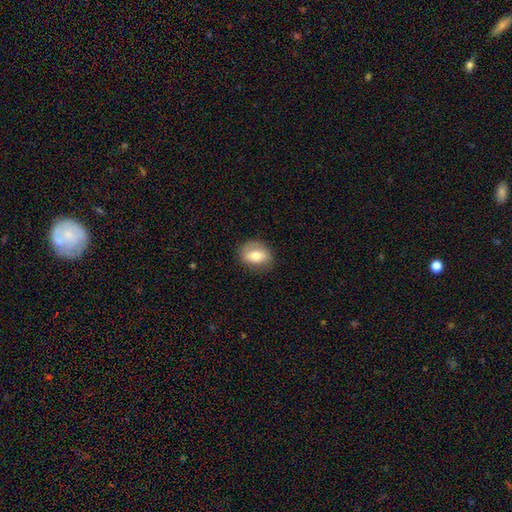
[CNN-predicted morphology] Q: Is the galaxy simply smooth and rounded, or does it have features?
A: smooth — 67%.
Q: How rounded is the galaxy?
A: in between — 67%.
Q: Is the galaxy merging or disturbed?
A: none — 80%.